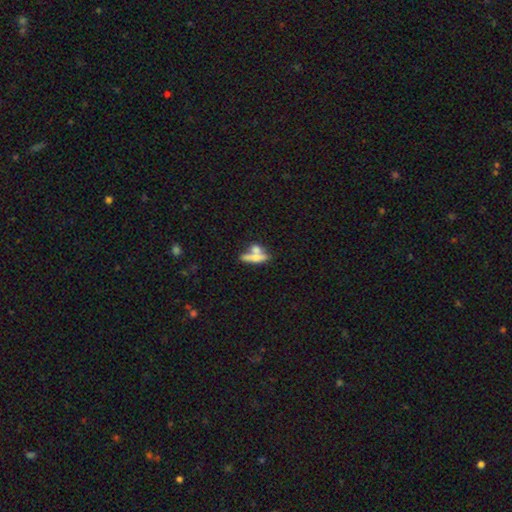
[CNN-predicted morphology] Q: Smooth or featured?
A: smooth (53%); runner-up: featured or disk (38%)
Q: How rounded?
A: cigar-shaped (52%); runner-up: in between (40%)
Q: Merging?
A: merger (47%); runner-up: none (37%)